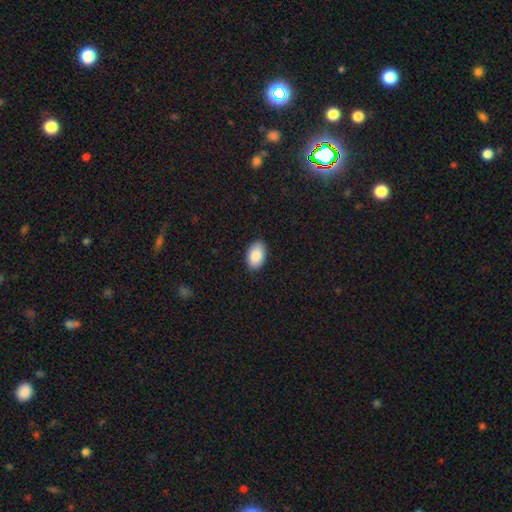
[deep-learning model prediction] smooth-or-featured: smooth: 88% | star or artifact: 7% | featured or disk: 6%
  how-rounded: in between: 92% | round: 7% | cigar-shaped: 1%
  merging: none: 88% | minor disturbance: 9% | major disturbance: 2% | merger: 1%